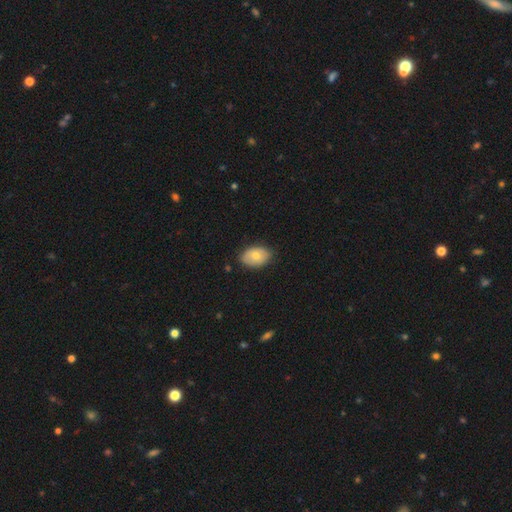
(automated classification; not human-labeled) Morphology: type=smooth (72%); roundness=in between (86%); merging=none (80%).